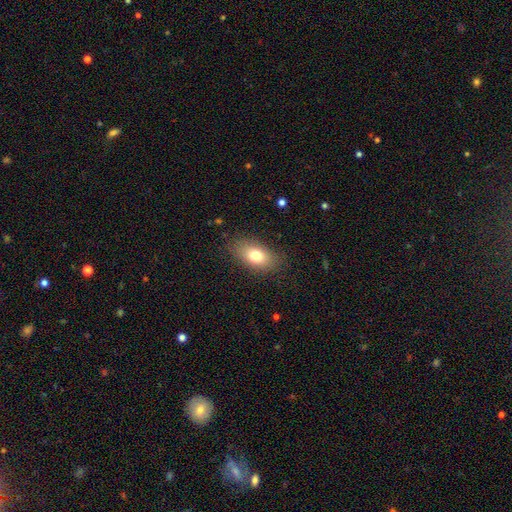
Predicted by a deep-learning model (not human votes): smooth 76%, featured or disk 15%, star or artifact 9%. Down the decision tree: how rounded — in between (87%); merging — none (83%).